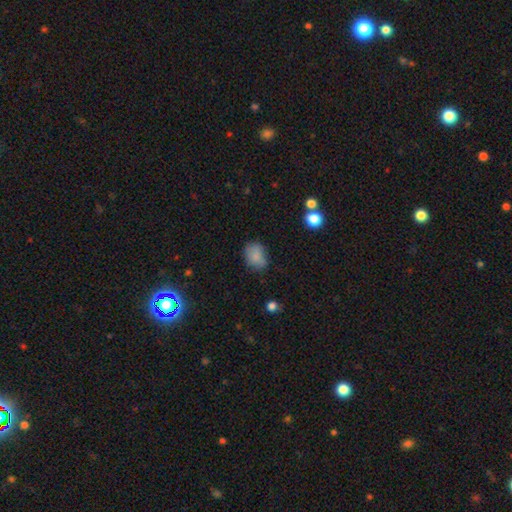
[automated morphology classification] Smooth or featured: smooth — 80% (star or artifact — 10%)
How rounded: in between — 64% (round — 35%)
Merging: none — 66% (minor disturbance — 24%)